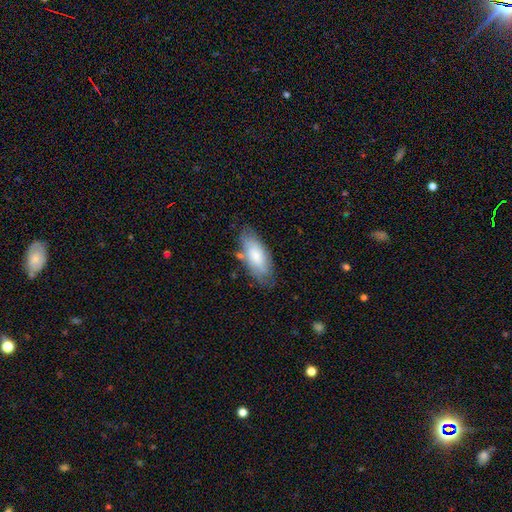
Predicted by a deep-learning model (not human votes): Overall: smooth (71%). How rounded: in between (84%). Merging: none (69%).